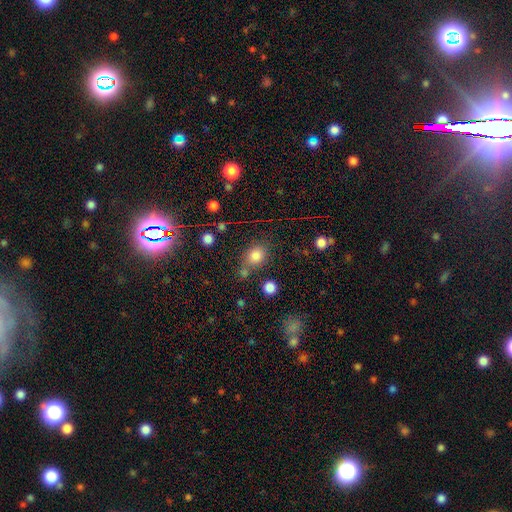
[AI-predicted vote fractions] A smooth galaxy with no disk features (81%) that is round (57%).

Vote fractions:
- Smooth or featured? smooth: 81% / star or artifact: 12% / featured or disk: 7%
- How rounded? round: 57% / in between: 42% / cigar-shaped: 1%
- Merging? none: 66% / merger: 15% / minor disturbance: 14% / major disturbance: 5%